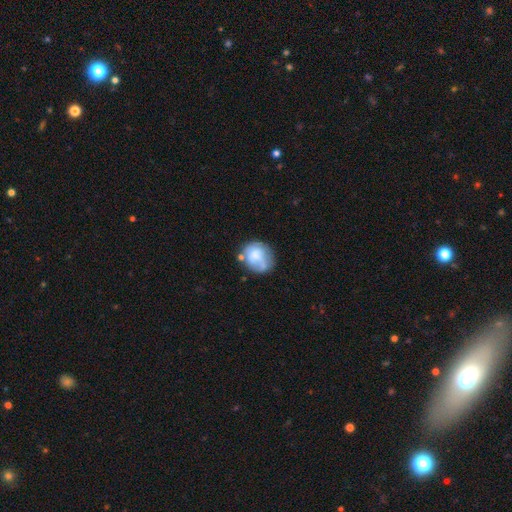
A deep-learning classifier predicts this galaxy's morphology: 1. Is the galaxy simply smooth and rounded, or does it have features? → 63% smooth, 29% featured or disk, 8% star or artifact.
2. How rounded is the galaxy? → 70% round, 29% in between, 1% cigar-shaped.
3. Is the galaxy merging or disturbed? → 49% none, 25% minor disturbance, 13% major disturbance, 13% merger.